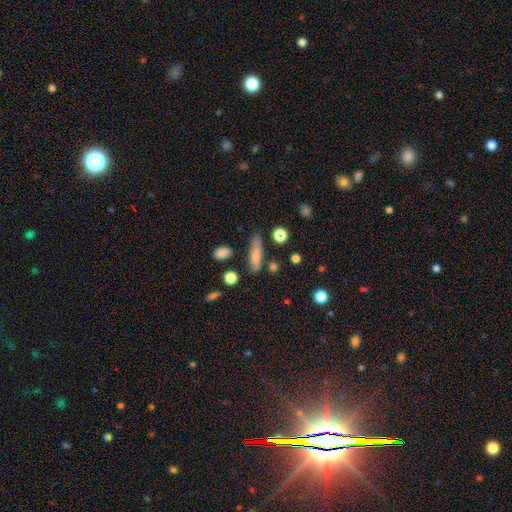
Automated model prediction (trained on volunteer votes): smooth 75%, featured or disk 16%, star or artifact 10%. Down the decision tree: how rounded — cigar-shaped (62%); merging — none (70%).